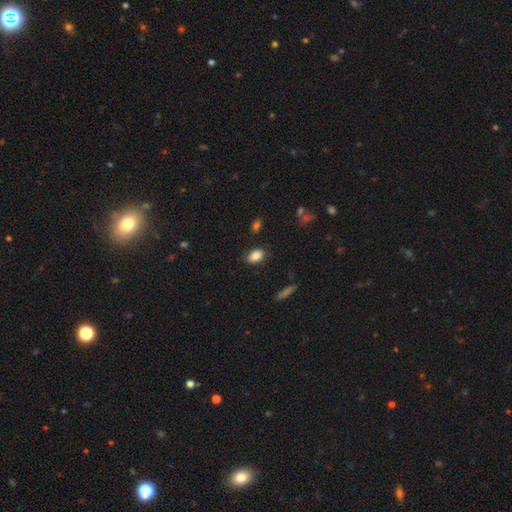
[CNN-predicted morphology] type=smooth (86%); roundness=in between (86%); merging=none (84%).